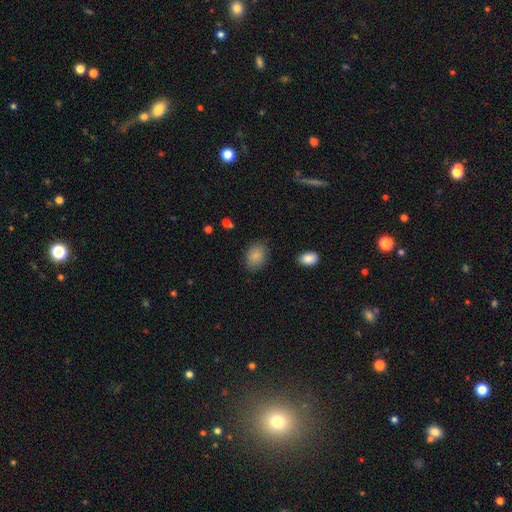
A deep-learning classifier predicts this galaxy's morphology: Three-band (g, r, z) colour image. It shows a smooth galaxy with no disk features (86%) that is in between round and cigar-shaped (69%). Merging: none (83%).